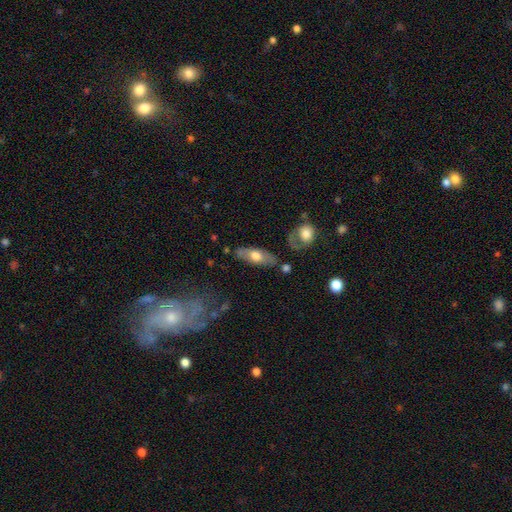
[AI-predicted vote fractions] Smooth or featured? smooth (54%)
How rounded? in between (68%)
Merging? none (76%)